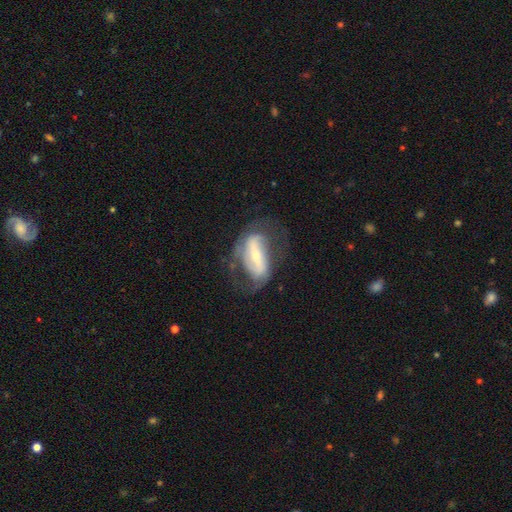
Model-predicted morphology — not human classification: type=featured or disk (80%); edge-on=no (93%); bar=strong (62%); spiral arms=yes (82%); winding=medium (42%); arm count=2 (77%); bulge=small (58%); merging=none (56%).